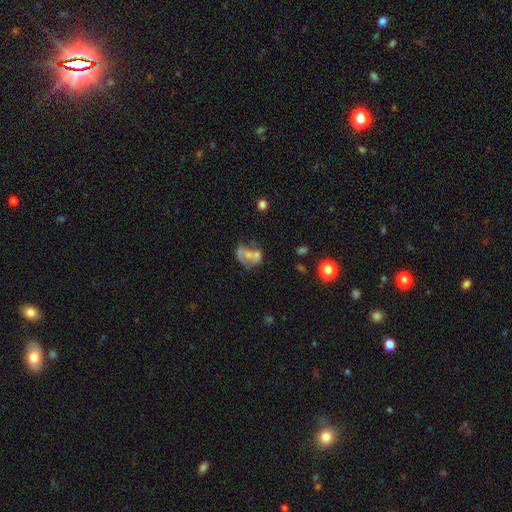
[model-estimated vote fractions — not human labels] Morphology: type=smooth (45%); merging=merger (42%).